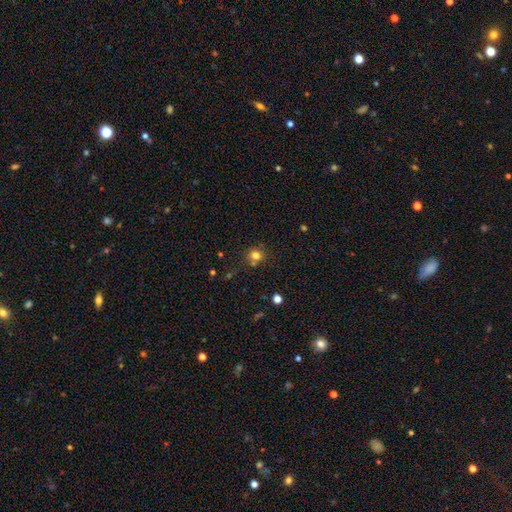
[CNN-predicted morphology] The model was most divided on "merging": none: 67%, merger: 16%, minor disturbance: 13%, major disturbance: 4%. More confident: how rounded — round (83%); smooth or featured — smooth (75%).